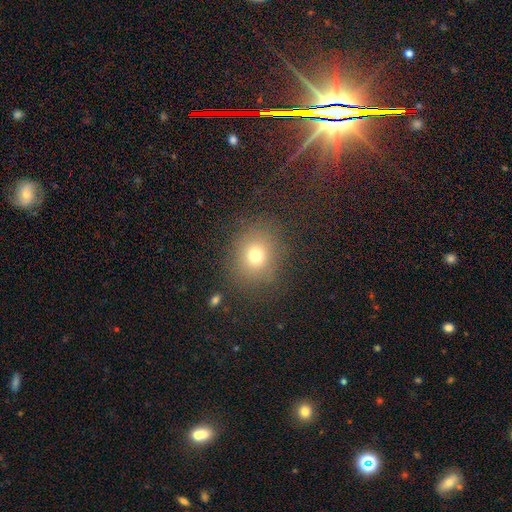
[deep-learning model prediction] This is likely a smooth galaxy (72%). How rounded: likely round (71%). Merging: clearly none (80%).